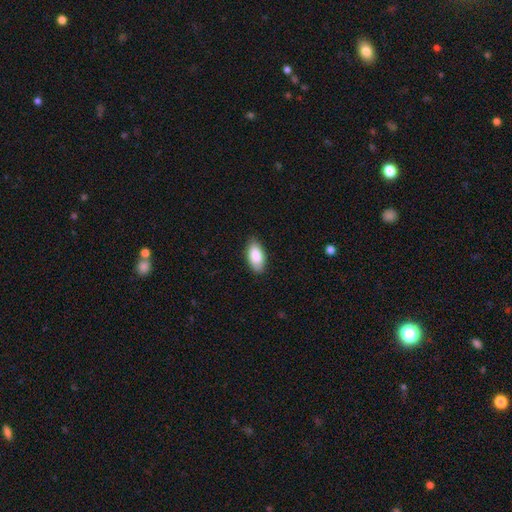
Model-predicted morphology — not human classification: Smooth or featured?
  - smooth: 87% *
  - featured or disk: 7%
  - star or artifact: 6%
How rounded?
  - in between: 92% *
  - cigar-shaped: 5%
  - round: 2%
Merging?
  - none: 84% *
  - minor disturbance: 13%
  - major disturbance: 2%
  - merger: 1%